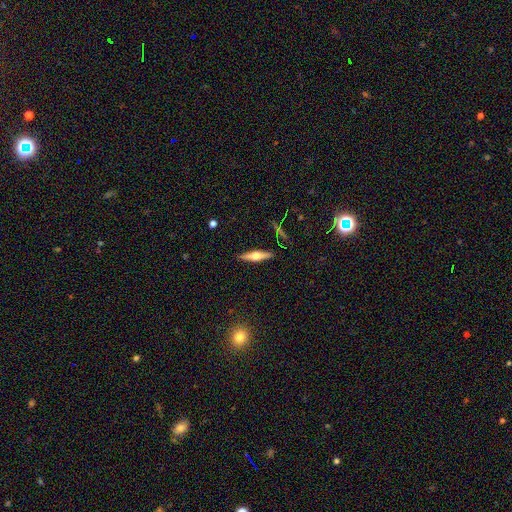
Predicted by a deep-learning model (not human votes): A featured or disk galaxy (61%) viewed edge-on (96%) with a rounded central bulge (93%).

Vote fractions:
- Smooth or featured? featured or disk: 61% / smooth: 32% / star or artifact: 7%
- Edge-on disk? yes: 96% / no: 4%
- Edge-on bulge? rounded: 93% / boxy: 4% / none: 3%
- Merging? none: 89% / minor disturbance: 7% / major disturbance: 2% / merger: 2%